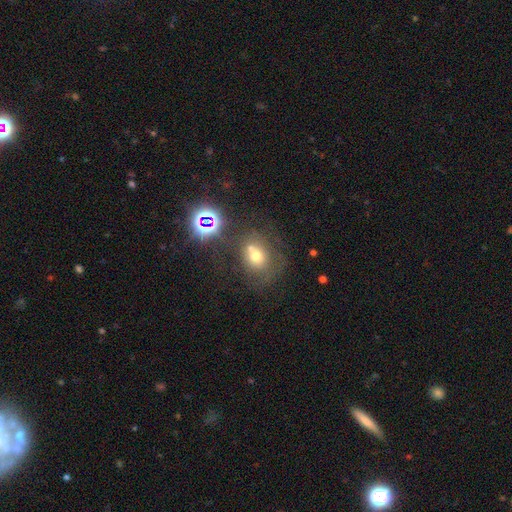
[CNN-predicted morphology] Smooth or featured? Predicted: smooth (p=0.58). How rounded? Predicted: round (p=0.62). Merging? Predicted: none (p=0.42).